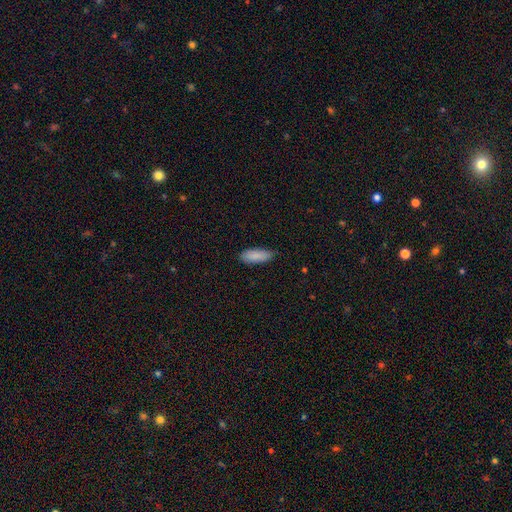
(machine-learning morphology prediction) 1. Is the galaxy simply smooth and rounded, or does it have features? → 86% smooth, 7% featured or disk, 6% star or artifact.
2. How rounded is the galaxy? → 76% in between, 22% cigar-shaped, 2% round.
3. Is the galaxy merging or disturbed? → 76% none, 20% minor disturbance, 3% major disturbance, 1% merger.